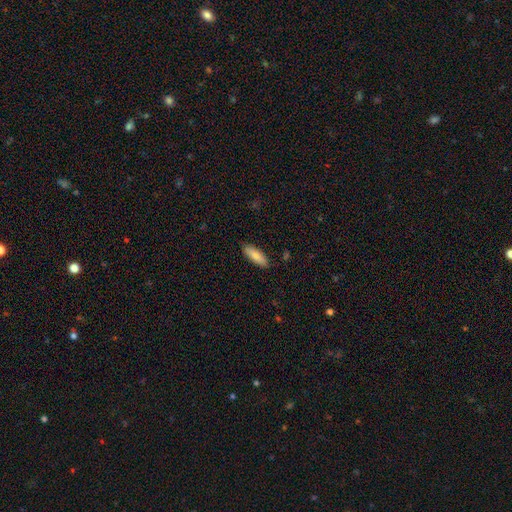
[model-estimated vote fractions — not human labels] Q: Smooth or featured?
A: smooth (82%); runner-up: featured or disk (12%)
Q: How rounded?
A: in between (62%); runner-up: cigar-shaped (37%)
Q: Merging?
A: none (88%); runner-up: minor disturbance (9%)